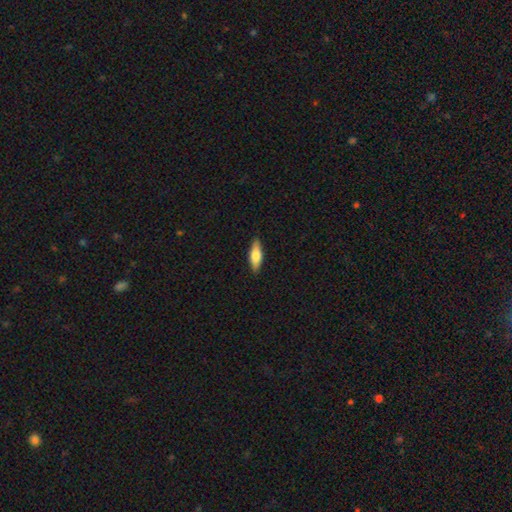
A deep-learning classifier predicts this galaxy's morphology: type=smooth (67%); roundness=in between (53%); merging=none (89%).